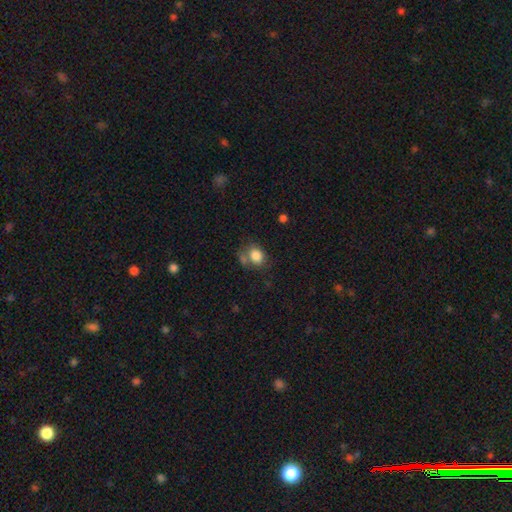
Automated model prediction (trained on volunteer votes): smooth_or_featured: smooth (p=0.83) [alt: star or artifact p=0.09]
how_rounded: in between (p=0.50) [alt: round p=0.49]
merging: none (p=0.54) [alt: merger p=0.19]